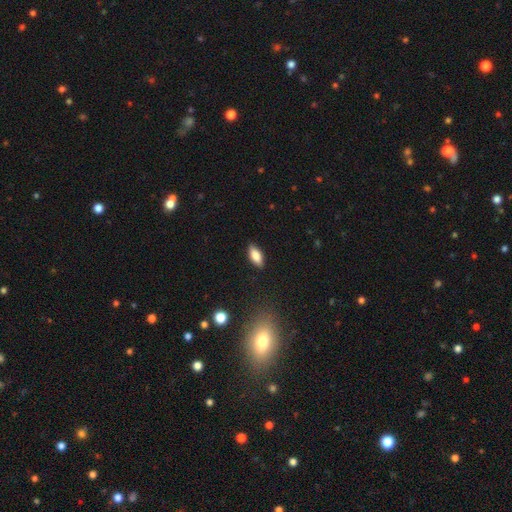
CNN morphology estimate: smooth_or_featured: smooth (p=0.83) [alt: featured or disk p=0.11]
how_rounded: in between (p=0.84) [alt: cigar-shaped p=0.14]
merging: none (p=0.87) [alt: minor disturbance p=0.10]